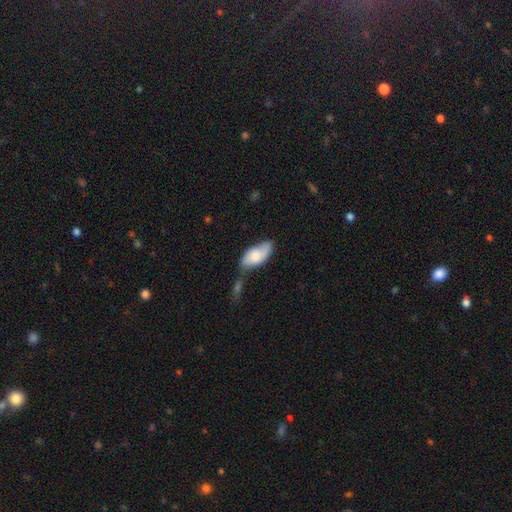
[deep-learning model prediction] smooth-or-featured: smooth: 71% | featured or disk: 23% | star or artifact: 6%
  how-rounded: in between: 91% | cigar-shaped: 7% | round: 2%
  merging: none: 36% | minor disturbance: 27% | merger: 25% | major disturbance: 12%